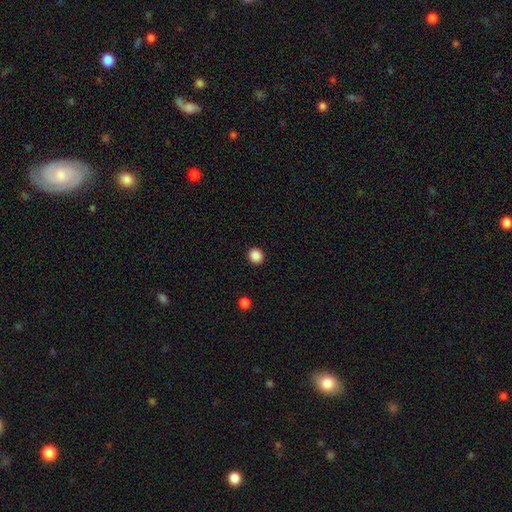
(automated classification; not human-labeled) This appears to be a smooth galaxy with no disk features (88%) that is round (87%). Merging: none (93%).